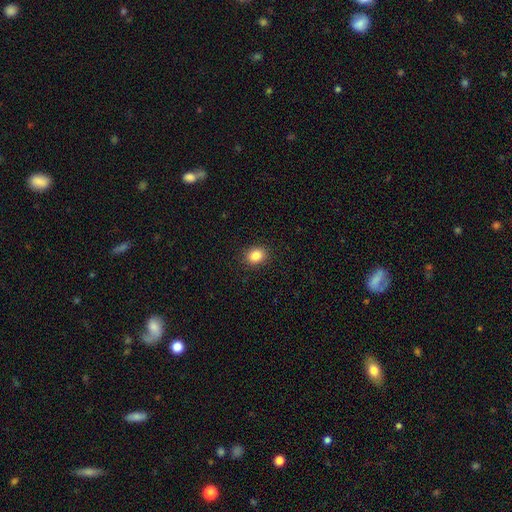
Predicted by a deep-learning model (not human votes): Q: Smooth or featured?
A: smooth (85%); runner-up: star or artifact (10%)
Q: How rounded?
A: round (56%); runner-up: in between (43%)
Q: Merging?
A: none (90%); runner-up: minor disturbance (7%)